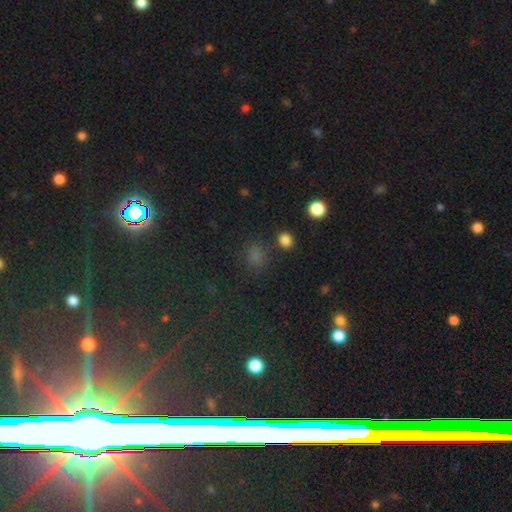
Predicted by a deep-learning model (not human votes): Smooth or featured? smooth (69%)
How rounded? round (68%)
Merging? none (76%)